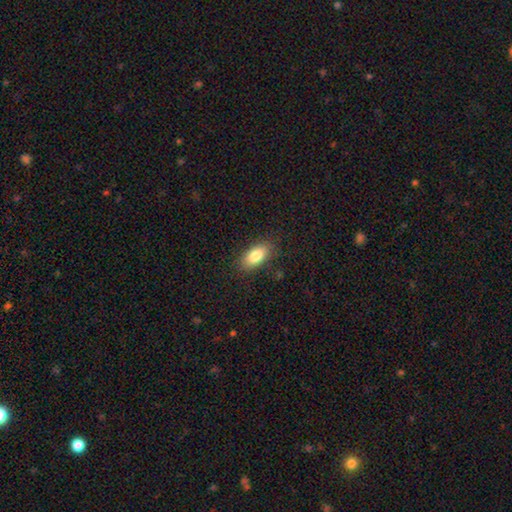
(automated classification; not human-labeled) Morphology: type=smooth (84%); roundness=in between (90%); merging=none (85%).